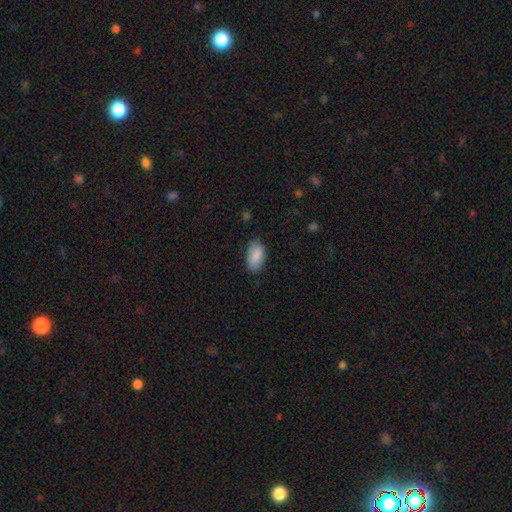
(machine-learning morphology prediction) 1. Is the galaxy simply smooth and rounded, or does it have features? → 89% smooth, 7% star or artifact, 5% featured or disk.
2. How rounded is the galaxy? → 94% in between, 4% round, 2% cigar-shaped.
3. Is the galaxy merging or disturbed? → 79% none, 16% minor disturbance, 3% major disturbance, 1% merger.